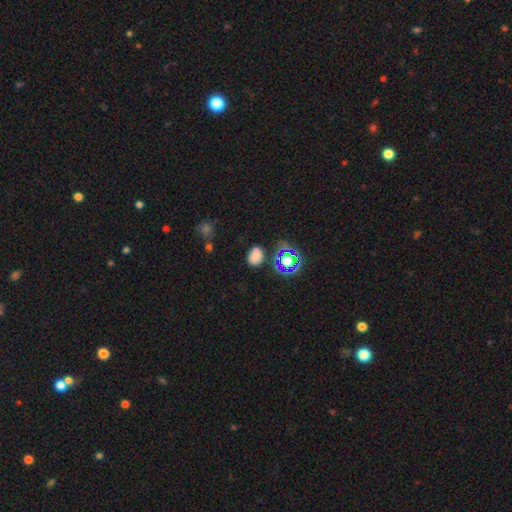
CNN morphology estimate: smooth-or-featured: smooth: 70% | star or artifact: 23% | featured or disk: 7%
  how-rounded: in between: 62% | round: 36% | cigar-shaped: 1%
  merging: none: 67% | minor disturbance: 18% | merger: 8% | major disturbance: 7%